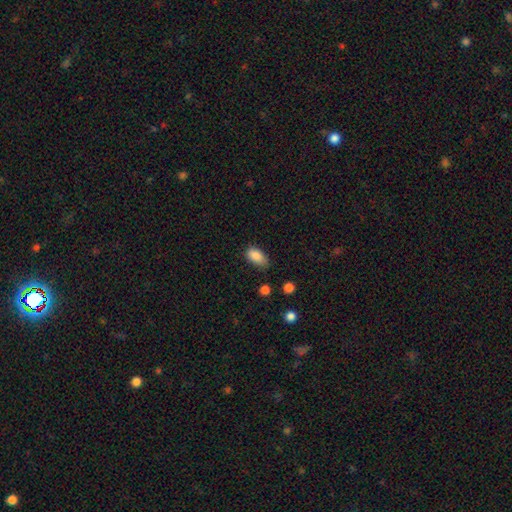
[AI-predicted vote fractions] Smooth or featured?
  - smooth: 87% *
  - star or artifact: 8%
  - featured or disk: 5%
How rounded?
  - in between: 91% *
  - round: 6%
  - cigar-shaped: 3%
Merging?
  - none: 60% *
  - minor disturbance: 32%
  - major disturbance: 6%
  - merger: 2%